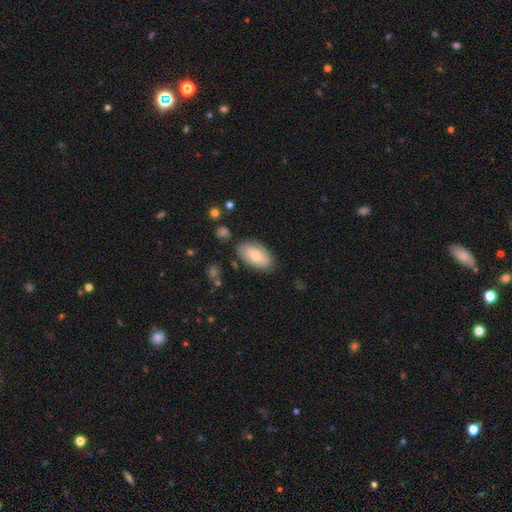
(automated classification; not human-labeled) This is likely a smooth galaxy (74%). How rounded: clearly in between (94%). Merging: likely none (78%).